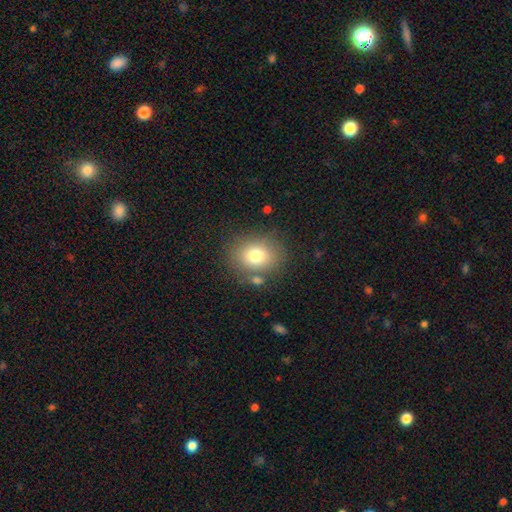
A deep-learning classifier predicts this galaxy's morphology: smooth_or_featured: smooth (p=0.77) [alt: star or artifact p=0.12]
how_rounded: round (p=0.61) [alt: in between p=0.38]
merging: none (p=0.76) [alt: minor disturbance p=0.12]